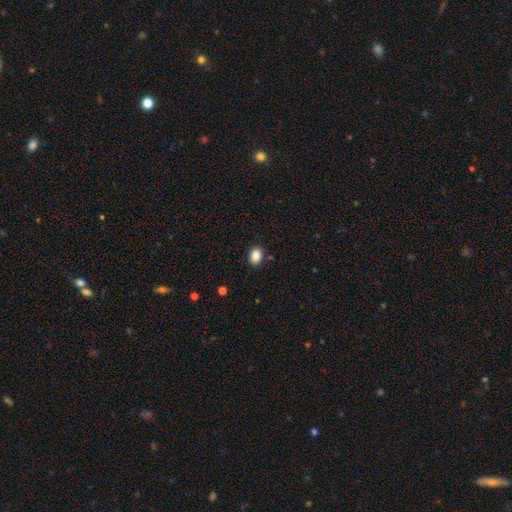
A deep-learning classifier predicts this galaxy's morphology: This appears to be a smooth galaxy with no disk features (88%) that is in between round and cigar-shaped (72%). Merging: none (87%).